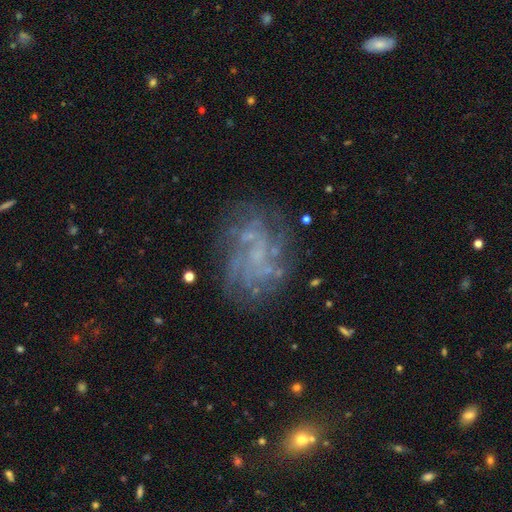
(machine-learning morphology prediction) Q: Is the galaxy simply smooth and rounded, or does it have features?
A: featured or disk — 69%.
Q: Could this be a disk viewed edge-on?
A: no — 97%.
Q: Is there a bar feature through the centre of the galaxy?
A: no — 70%.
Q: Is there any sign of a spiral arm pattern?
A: yes — 79%.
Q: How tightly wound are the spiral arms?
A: tight — 40%.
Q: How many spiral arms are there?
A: can't tell — 43%.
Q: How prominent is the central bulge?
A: none — 49%.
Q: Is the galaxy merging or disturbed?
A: none — 69%.